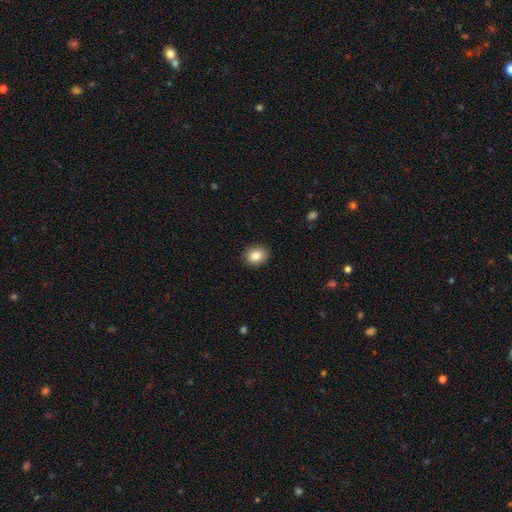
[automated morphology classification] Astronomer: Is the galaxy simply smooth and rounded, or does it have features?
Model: smooth — 85%.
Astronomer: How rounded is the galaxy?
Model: round — 61% (runner-up: in between, 38%).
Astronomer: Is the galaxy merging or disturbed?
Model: none — 91%.